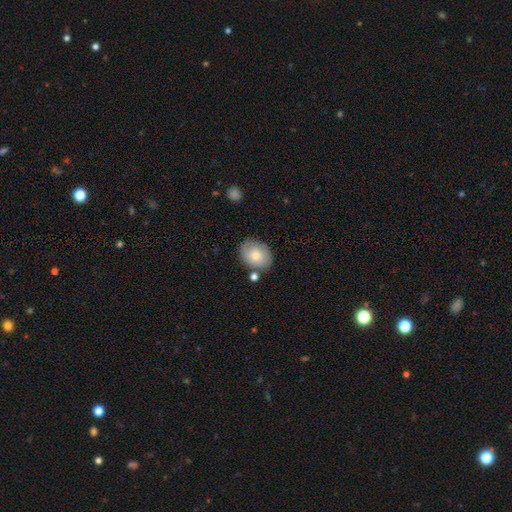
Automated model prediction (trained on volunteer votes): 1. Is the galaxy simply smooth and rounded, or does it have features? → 77% smooth, 16% featured or disk, 7% star or artifact.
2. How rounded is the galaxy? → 61% in between, 38% round, 1% cigar-shaped.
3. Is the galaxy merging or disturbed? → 76% none, 15% minor disturbance, 6% merger, 3% major disturbance.